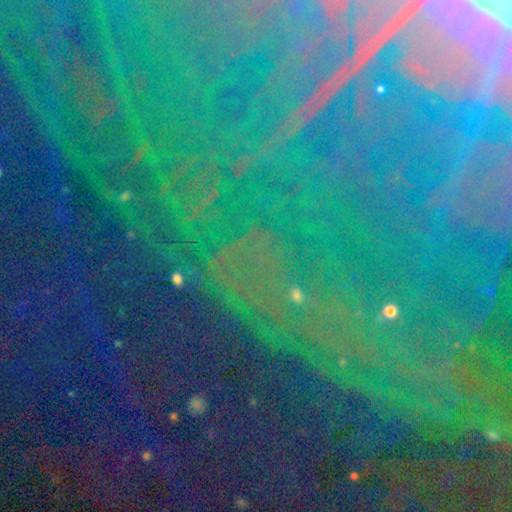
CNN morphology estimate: A star or artifact, not a galaxy (84%).